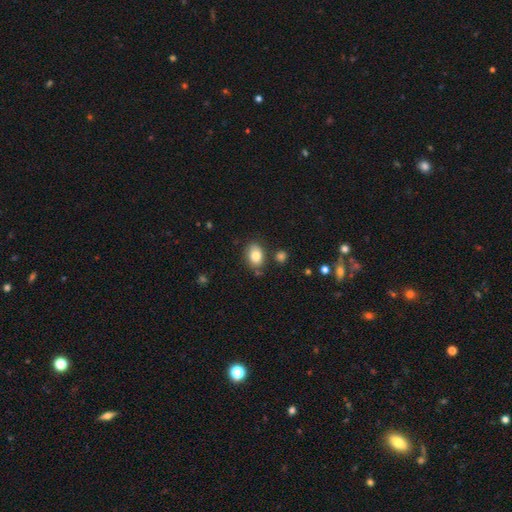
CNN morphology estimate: Smooth or featured? Predicted: smooth (p=0.82). How rounded? Predicted: in between (p=0.72). Merging? Predicted: none (p=0.76).